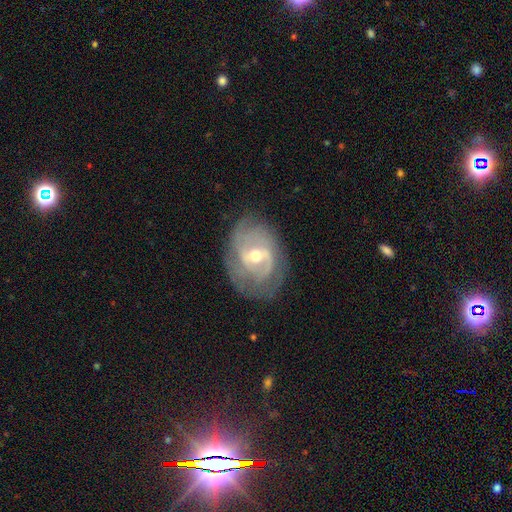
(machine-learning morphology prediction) Smooth or featured: featured or disk — 83% (smooth — 11%)
Edge-on disk: no — 96% (yes — 4%)
Bar: weak — 51% (no — 27%)
Spiral arms: yes — 90% (no — 10%)
Spiral winding: tight — 48% (medium — 37%)
Spiral arm count: 2 — 42% (can't tell — 31%)
Bulge size: moderate — 60% (small — 35%)
Merging: none — 69% (minor disturbance — 20%)